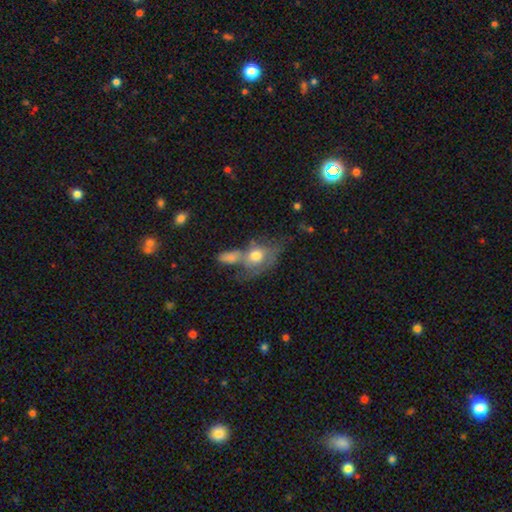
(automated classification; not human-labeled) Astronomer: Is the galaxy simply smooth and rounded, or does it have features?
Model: smooth — 57% (runner-up: featured or disk, 34%).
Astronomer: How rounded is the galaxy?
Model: in between — 64%.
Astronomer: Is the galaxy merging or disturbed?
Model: merger — 50%.